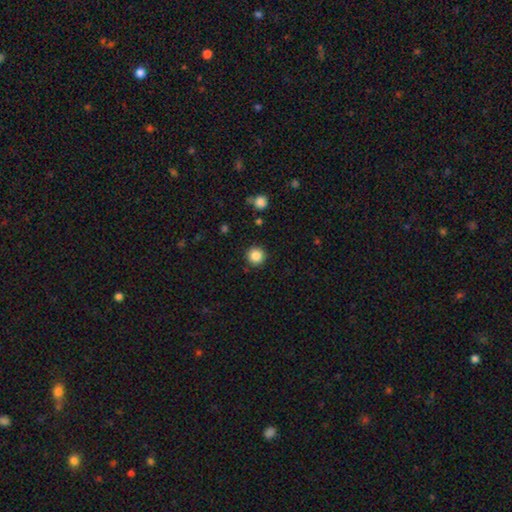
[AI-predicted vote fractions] Smooth or featured: smooth — 86% (star or artifact — 10%)
How rounded: round — 96% (in between — 3%)
Merging: none — 91% (minor disturbance — 6%)